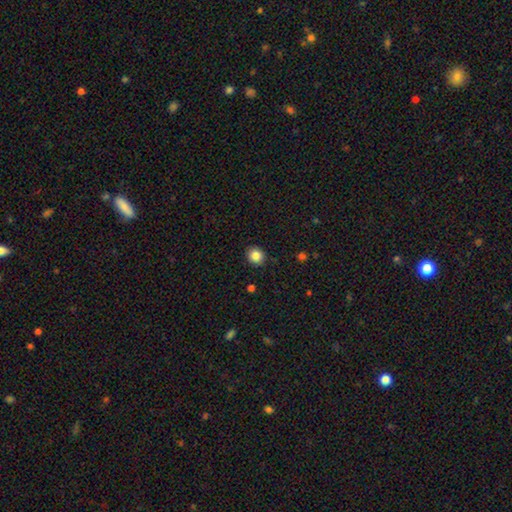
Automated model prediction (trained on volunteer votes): A smooth galaxy with no disk features (85%) that is round (82%). Merging: none (90%).